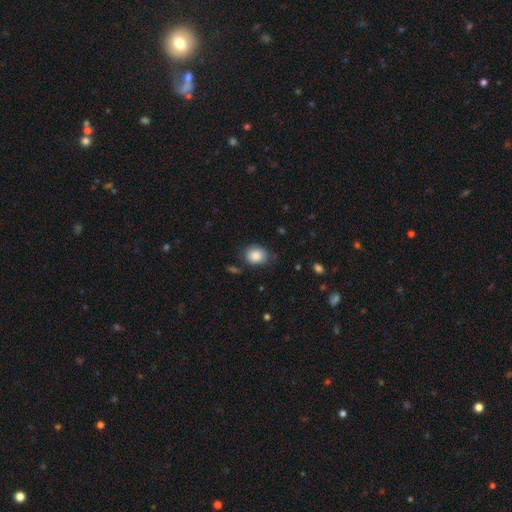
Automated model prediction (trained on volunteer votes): Smooth or featured?
  - smooth: 86% *
  - star or artifact: 8%
  - featured or disk: 6%
How rounded?
  - in between: 53% *
  - round: 46%
  - cigar-shaped: 1%
Merging?
  - none: 73% *
  - minor disturbance: 21%
  - major disturbance: 5%
  - merger: 2%